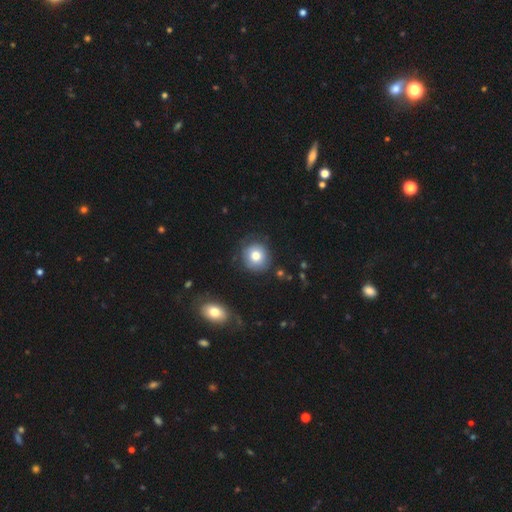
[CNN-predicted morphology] A smooth galaxy with no disk features (76%) that is round (89%). Merging: none (79%).